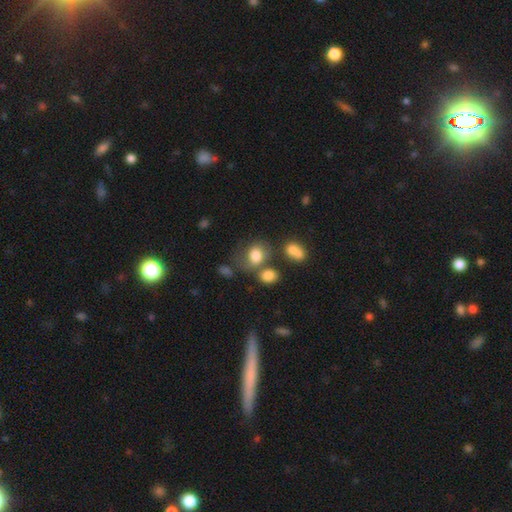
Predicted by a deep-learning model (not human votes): A smooth galaxy with no disk features (76%) that is in between round and cigar-shaped (50%).

Vote fractions:
- Smooth or featured? smooth: 76% / featured or disk: 14% / star or artifact: 10%
- How rounded? in between: 50% / round: 49% / cigar-shaped: 1%
- Merging? none: 44% / merger: 23% / minor disturbance: 19% / major disturbance: 13%